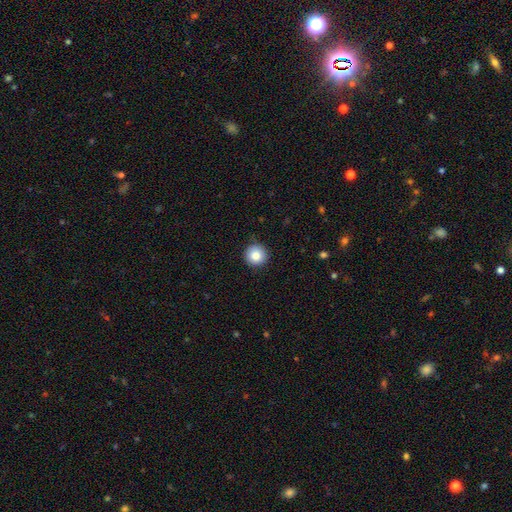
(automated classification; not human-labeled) Q: Smooth or featured?
A: smooth (85%); runner-up: star or artifact (9%)
Q: How rounded?
A: round (96%); runner-up: in between (3%)
Q: Merging?
A: none (90%); runner-up: minor disturbance (8%)